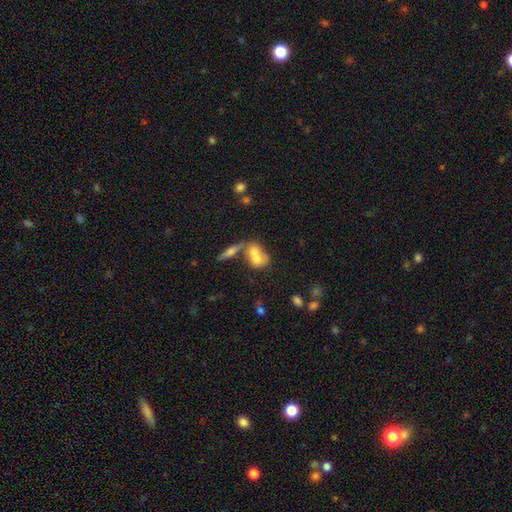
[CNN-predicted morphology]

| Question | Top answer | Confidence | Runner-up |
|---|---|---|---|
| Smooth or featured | smooth | 63% | featured or disk (27%) |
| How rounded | in between | 73% | round (20%) |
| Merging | merger | 62% | none (25%) |